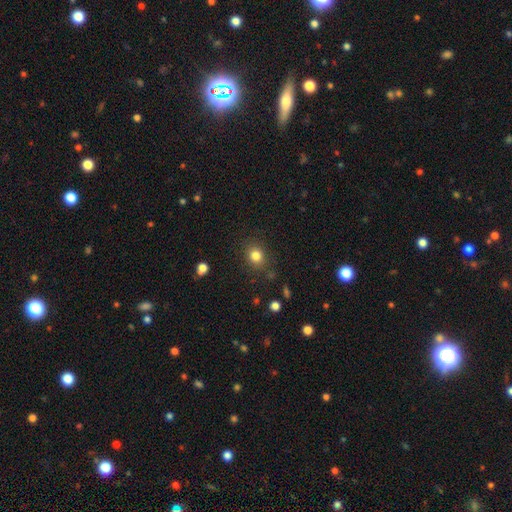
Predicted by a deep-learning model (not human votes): A smooth galaxy with no disk features (82%) that is round (70%). Merging: none (84%).